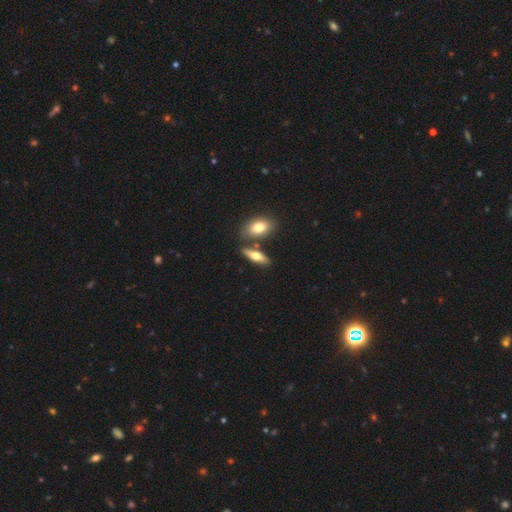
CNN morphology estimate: Overall: smooth (60%; featured or disk 34%). How rounded: in between (60%; cigar-shaped 36%). Merging: none (67%).